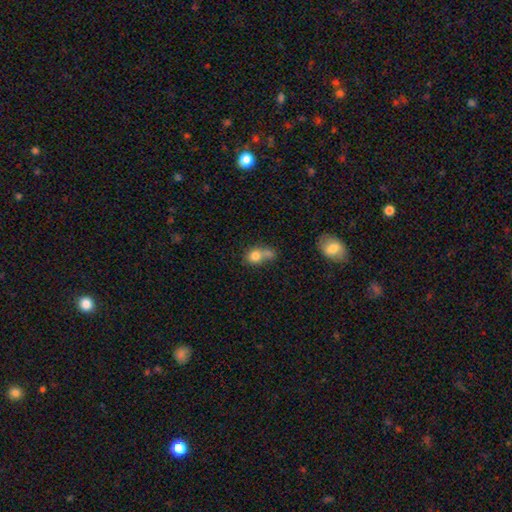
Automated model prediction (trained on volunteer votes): Morphology: type=smooth (78%); roundness=round (63%); merging=merger (52%).